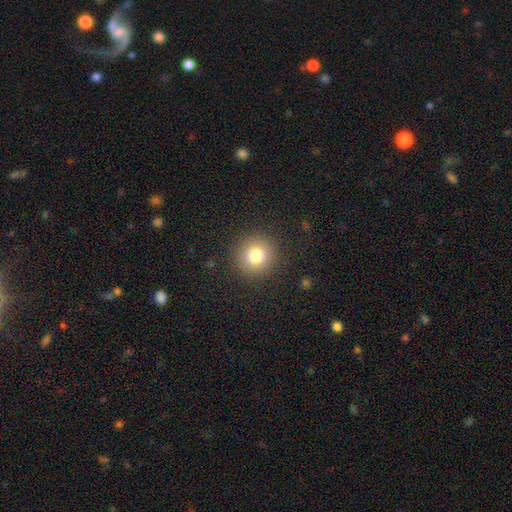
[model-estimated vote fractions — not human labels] This appears to be a smooth galaxy with no disk features (79%) that is round (94%). Merging: none (90%).